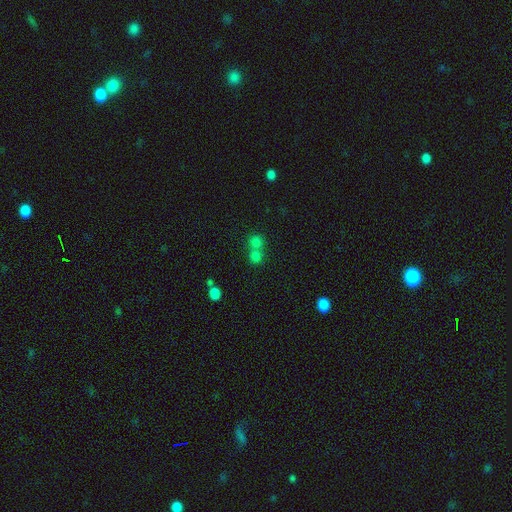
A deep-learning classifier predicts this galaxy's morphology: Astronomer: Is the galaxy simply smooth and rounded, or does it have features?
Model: smooth — 73%.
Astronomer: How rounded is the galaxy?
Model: round — 87%.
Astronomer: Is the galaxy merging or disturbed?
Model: merger — 47% (runner-up: none, 46%).